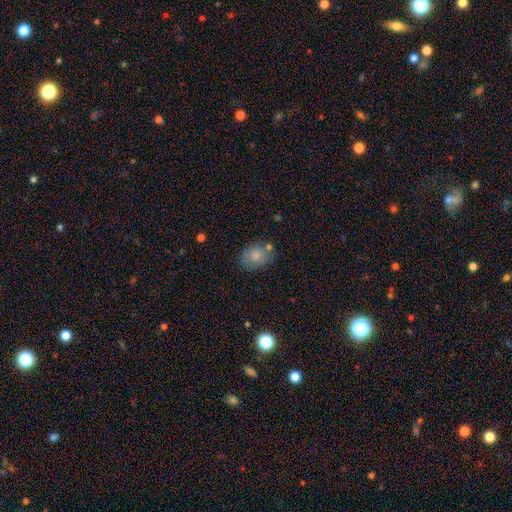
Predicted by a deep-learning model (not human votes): Smooth or featured? Predicted: smooth (p=0.80). How rounded? Predicted: in between (p=0.65). Merging? Predicted: none (p=0.70).